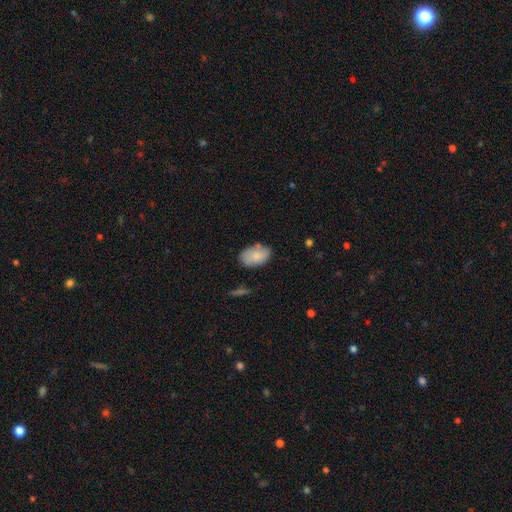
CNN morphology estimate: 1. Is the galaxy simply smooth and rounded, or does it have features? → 81% smooth, 12% featured or disk, 6% star or artifact.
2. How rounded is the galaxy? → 91% in between, 8% round, 1% cigar-shaped.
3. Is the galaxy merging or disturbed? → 72% none, 19% minor disturbance, 5% merger, 4% major disturbance.